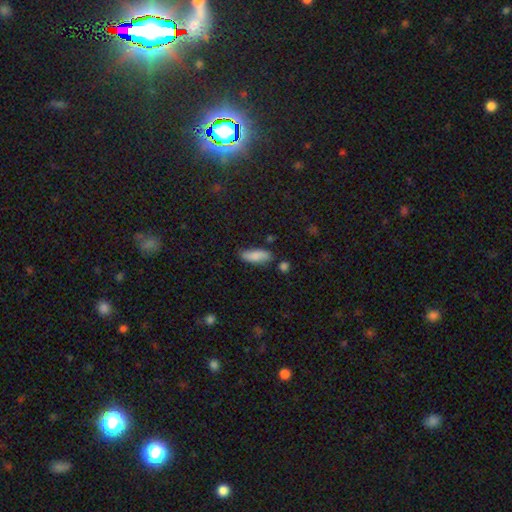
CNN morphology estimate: smooth-or-featured: smooth: 83% | featured or disk: 10% | star or artifact: 7%
  how-rounded: in between: 71% | cigar-shaped: 27% | round: 2%
  merging: none: 78% | minor disturbance: 15% | merger: 4% | major disturbance: 3%